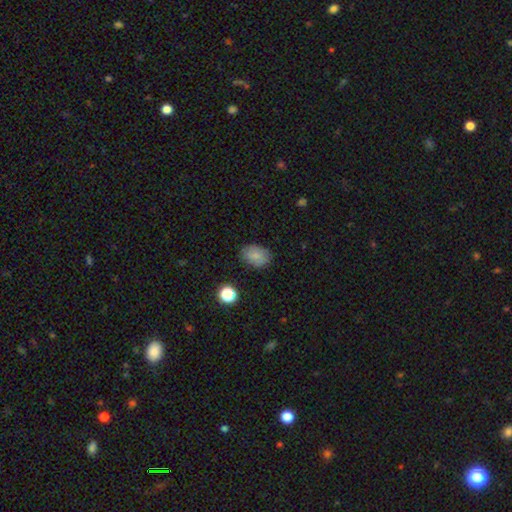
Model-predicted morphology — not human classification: A smooth galaxy with no disk features (81%) that is in between round and cigar-shaped (77%). Merging: none (81%).